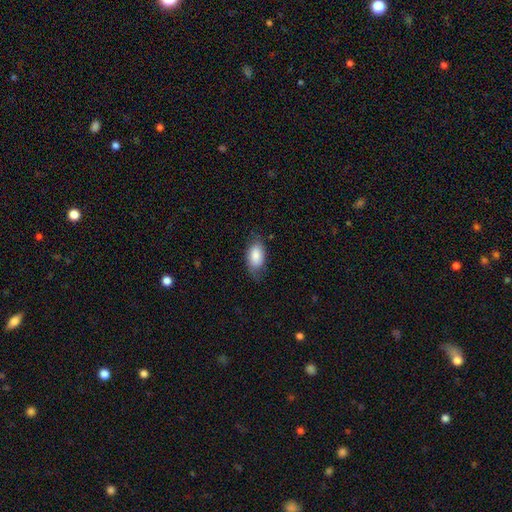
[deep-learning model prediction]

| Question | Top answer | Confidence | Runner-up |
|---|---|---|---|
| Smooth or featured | smooth | 79% | featured or disk (15%) |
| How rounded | in between | 93% | round (5%) |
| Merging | none | 68% | minor disturbance (23%) |